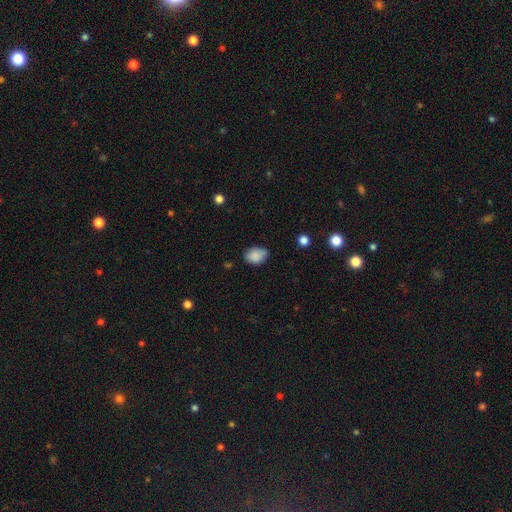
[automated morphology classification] Smooth or featured? smooth (86%)
How rounded? in between (76%)
Merging? none (62%)